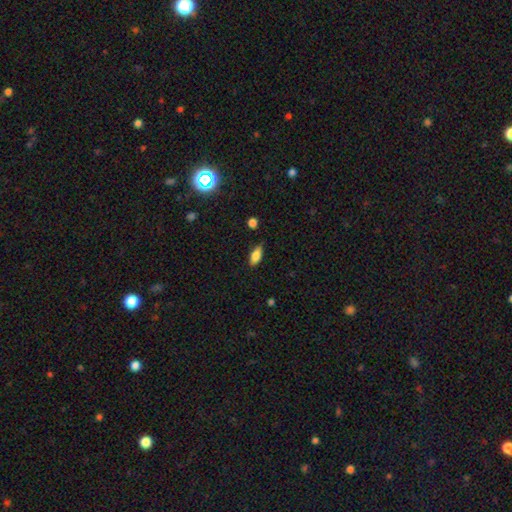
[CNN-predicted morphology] This is likely a smooth galaxy (79%). How rounded: clearly in between (84%). Merging: likely none (78%).